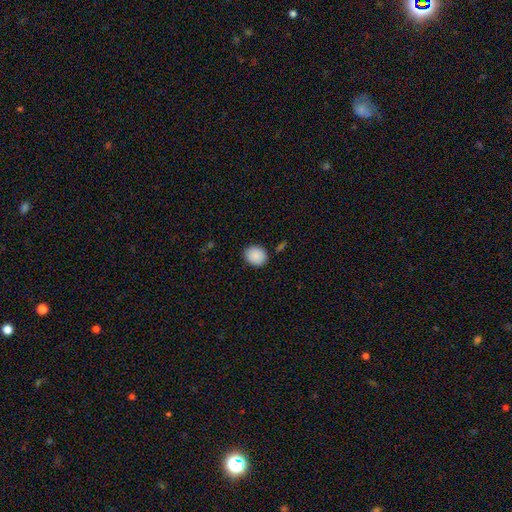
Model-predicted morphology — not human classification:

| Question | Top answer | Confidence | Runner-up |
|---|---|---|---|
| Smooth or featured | smooth | 90% | star or artifact (7%) |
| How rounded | round | 62% | in between (37%) |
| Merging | none | 87% | minor disturbance (9%) |